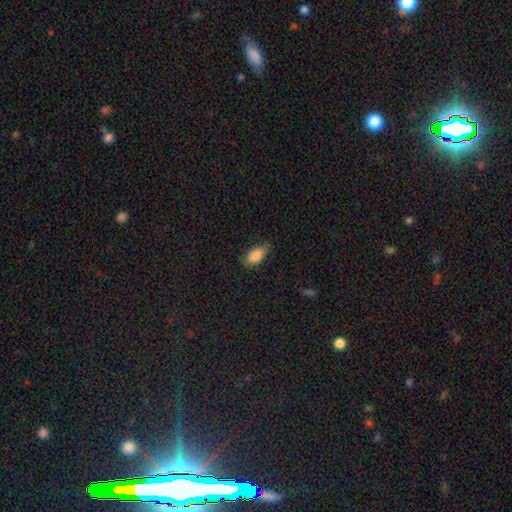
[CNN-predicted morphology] This is clearly a smooth galaxy (86%). How rounded: clearly in between (91%). Merging: likely none (66%).